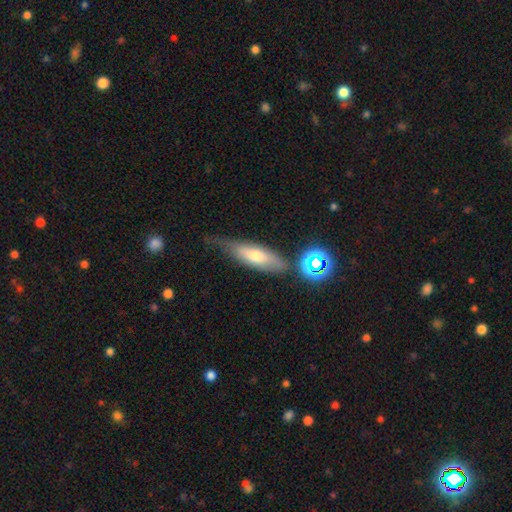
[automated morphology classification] smooth-or-featured: smooth: 55% | featured or disk: 34% | star or artifact: 11%
  how-rounded: cigar-shaped: 53% | in between: 44% | round: 4%
  merging: none: 51% | minor disturbance: 31% | major disturbance: 11% | merger: 7%